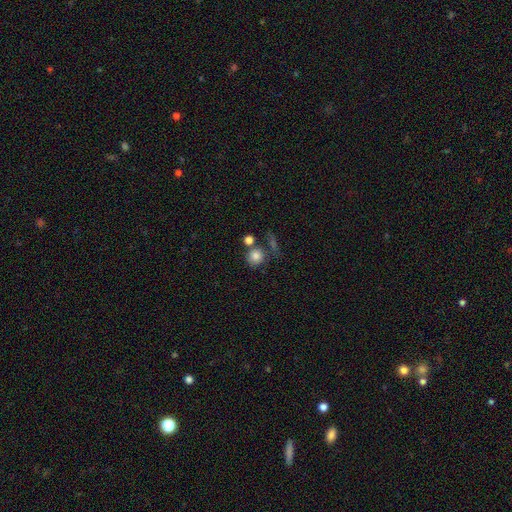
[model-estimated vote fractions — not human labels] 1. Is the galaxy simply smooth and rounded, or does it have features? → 81% smooth, 10% star or artifact, 8% featured or disk.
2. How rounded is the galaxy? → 87% round, 11% in between, 1% cigar-shaped.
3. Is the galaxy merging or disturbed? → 60% none, 21% merger, 12% minor disturbance, 6% major disturbance.